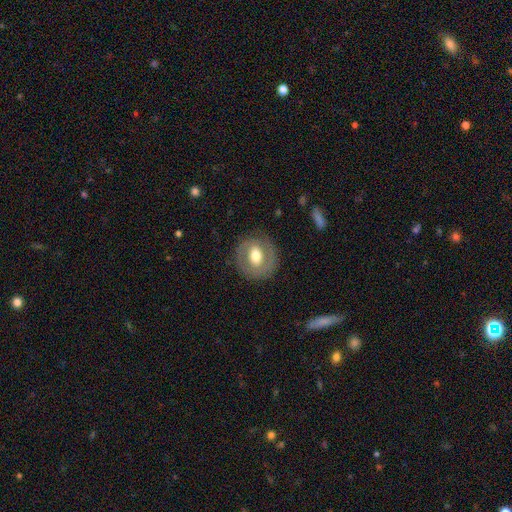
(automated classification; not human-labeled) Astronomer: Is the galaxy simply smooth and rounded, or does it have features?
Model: featured or disk — 50% (runner-up: smooth, 44%).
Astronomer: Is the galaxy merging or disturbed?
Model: none — 80%.